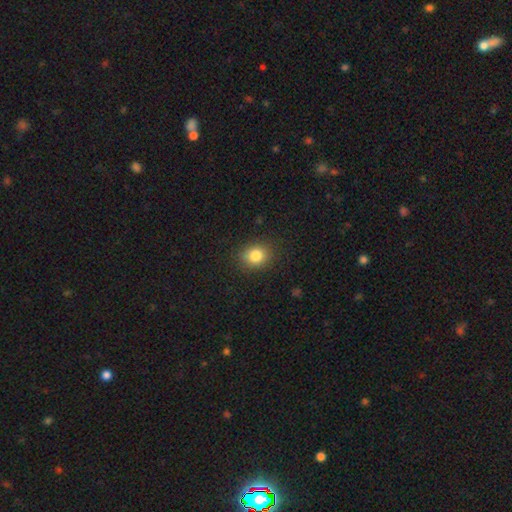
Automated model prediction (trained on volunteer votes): Smooth or featured? smooth (83%)
How rounded? round (62%)
Merging? none (88%)